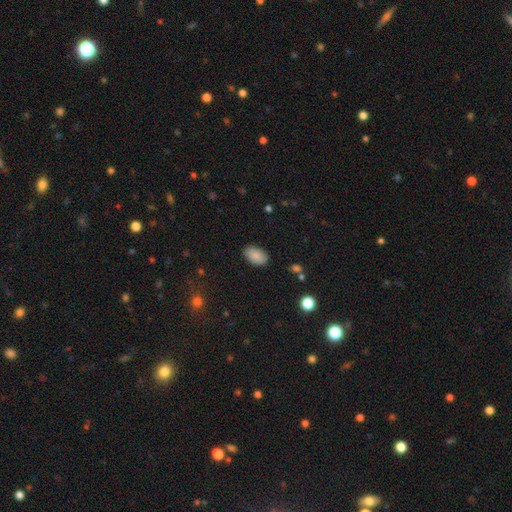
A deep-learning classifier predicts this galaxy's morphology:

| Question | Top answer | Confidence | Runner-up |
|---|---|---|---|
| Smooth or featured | smooth | 88% | star or artifact (7%) |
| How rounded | in between | 92% | round (6%) |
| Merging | none | 85% | minor disturbance (11%) |